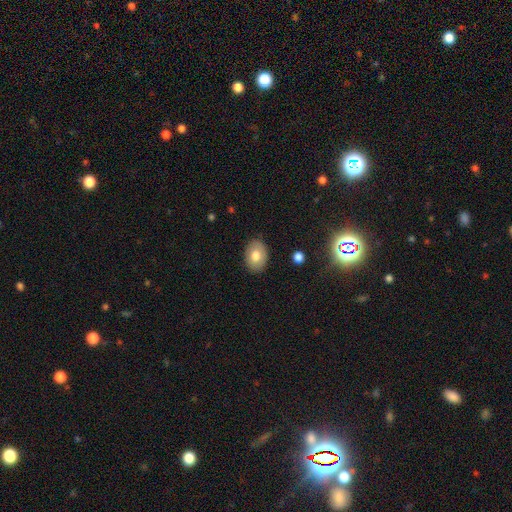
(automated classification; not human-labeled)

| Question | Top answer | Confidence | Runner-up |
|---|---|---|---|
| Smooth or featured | smooth | 75% | featured or disk (17%) |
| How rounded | in between | 76% | round (23%) |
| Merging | none | 87% | minor disturbance (10%) |